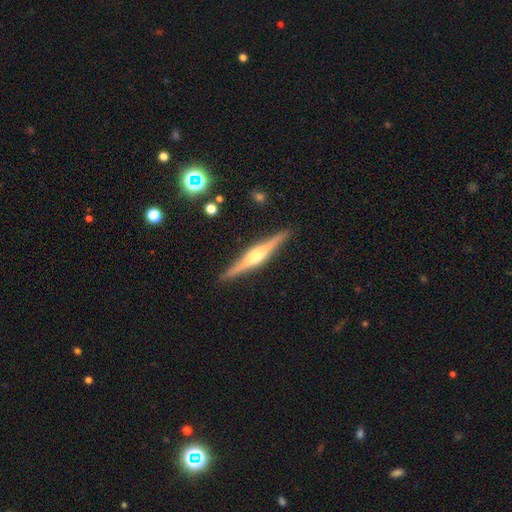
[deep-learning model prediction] This appears to be a featured or disk galaxy (80%) viewed edge-on (98%) with a rounded central bulge (87%). Merging: none (91%).